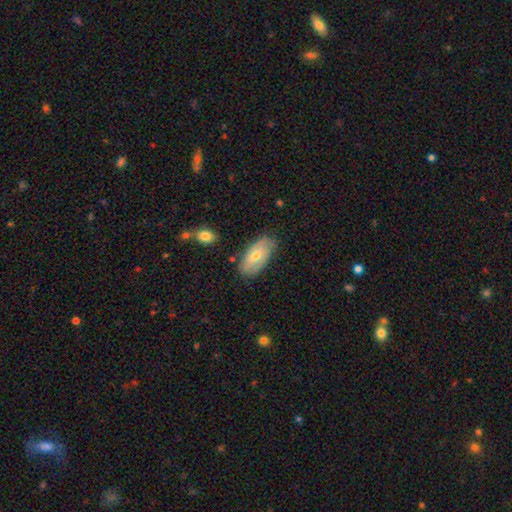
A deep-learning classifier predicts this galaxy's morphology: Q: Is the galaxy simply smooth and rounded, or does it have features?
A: smooth — 61%.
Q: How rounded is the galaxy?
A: in between — 92%.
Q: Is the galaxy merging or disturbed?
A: none — 78%.